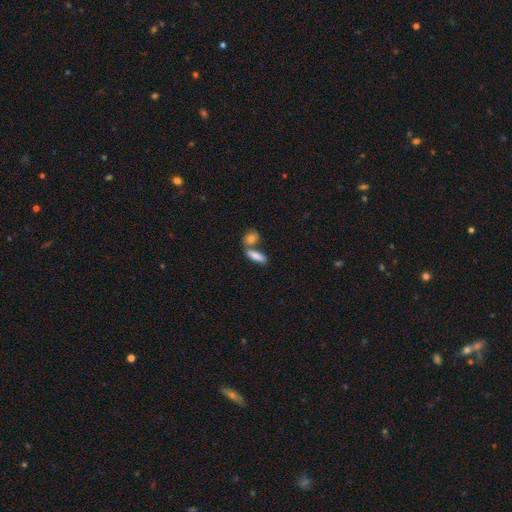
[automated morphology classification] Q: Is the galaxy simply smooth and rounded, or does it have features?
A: smooth — 82%.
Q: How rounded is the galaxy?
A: in between — 59%.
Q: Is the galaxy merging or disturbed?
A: none — 50%.